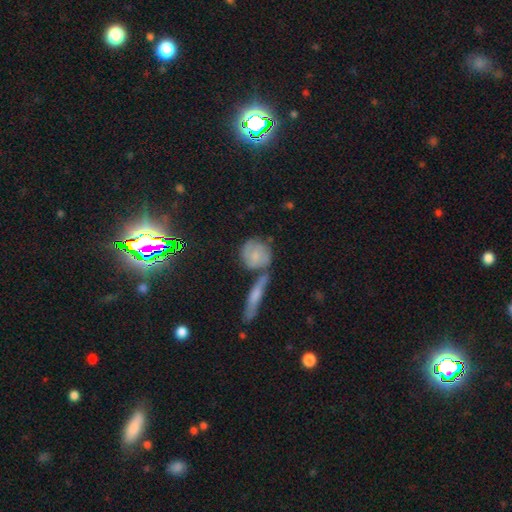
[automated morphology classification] Smooth or featured?
  - smooth: 60% *
  - featured or disk: 31%
  - star or artifact: 9%
How rounded?
  - round: 74% *
  - in between: 20%
  - cigar-shaped: 6%
Merging?
  - none: 53% *
  - merger: 25%
  - minor disturbance: 16%
  - major disturbance: 6%